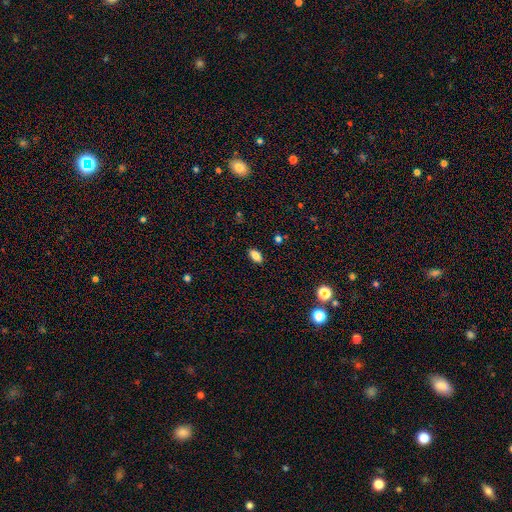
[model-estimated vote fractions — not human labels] Overall: smooth (81%). How rounded: in between (89%). Merging: none (88%).